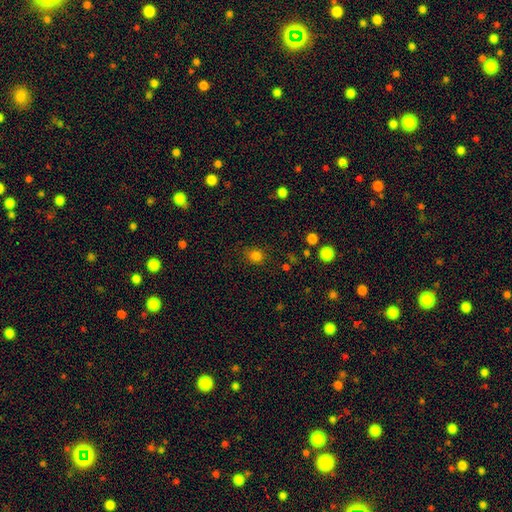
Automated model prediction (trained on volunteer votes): The model was most divided on "how rounded": round: 67%, in between: 32%, cigar-shaped: 1%. More confident: merging — none (81%); smooth or featured — smooth (80%).